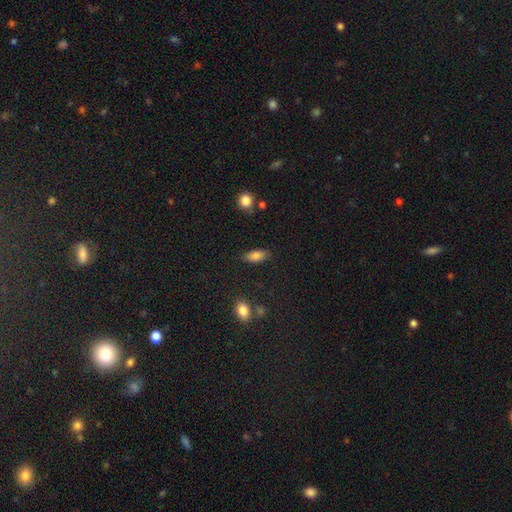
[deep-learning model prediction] smooth-or-featured: smooth: 83% | featured or disk: 9% | star or artifact: 8%
  how-rounded: in between: 87% | cigar-shaped: 9% | round: 4%
  merging: none: 82% | minor disturbance: 13% | major disturbance: 3% | merger: 2%